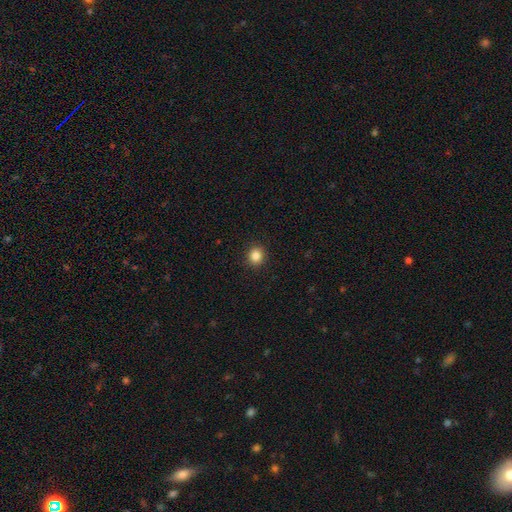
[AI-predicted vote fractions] Smooth or featured: smooth — 85% (star or artifact — 11%)
How rounded: round — 81% (in between — 19%)
Merging: none — 92% (minor disturbance — 6%)